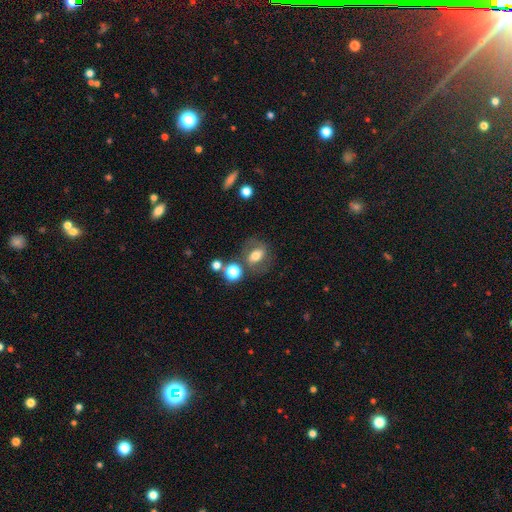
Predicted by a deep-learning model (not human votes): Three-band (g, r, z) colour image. It shows a smooth galaxy with no disk features (58%) that is in between round and cigar-shaped (62%). Merging: none (65%).